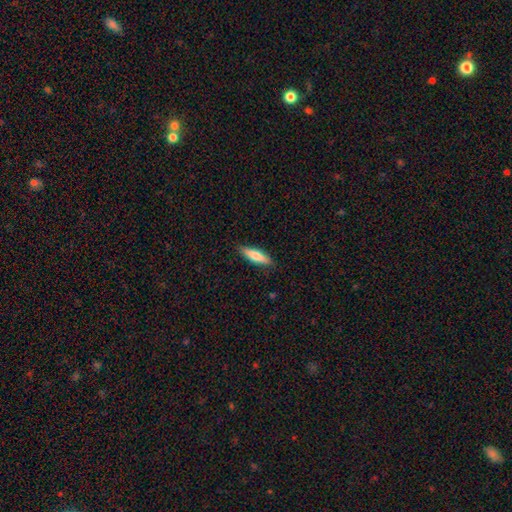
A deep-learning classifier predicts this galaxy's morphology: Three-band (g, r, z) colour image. It shows a smooth galaxy with no disk features (71%) that is cigar-shaped (63%). Merging: none (87%).